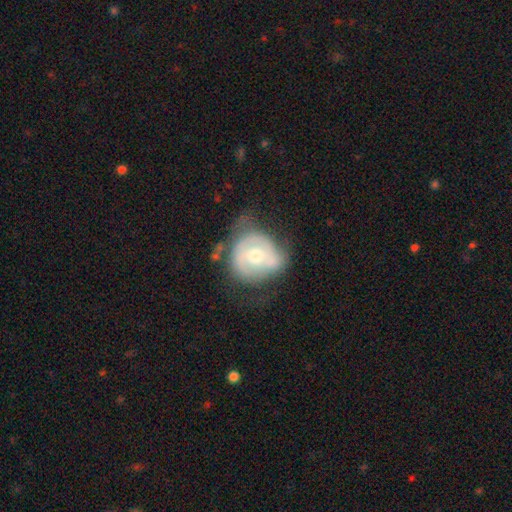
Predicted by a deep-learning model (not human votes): This appears to be a featured or disk galaxy (61%) with no bar (71%), spiral arms (57%) and a moderate central bulge (69%). Merging: none (44%).